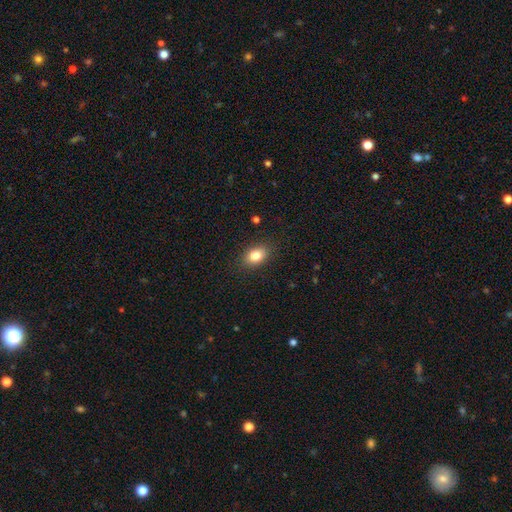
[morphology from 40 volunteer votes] Volunteers were most divided on "how rounded": in between: 74%, round: 26%, cigar-shaped: 0%. More confident: merging — none (95%); smooth or featured — smooth (88%).